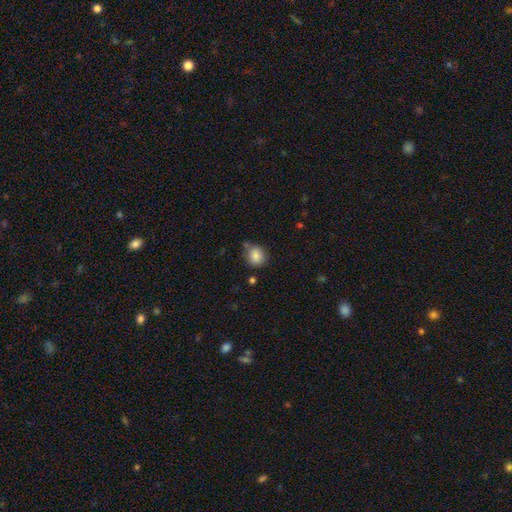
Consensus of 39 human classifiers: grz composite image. It shows a smooth galaxy with no disk features (90%) that is round (91%). Merging: none (78%).